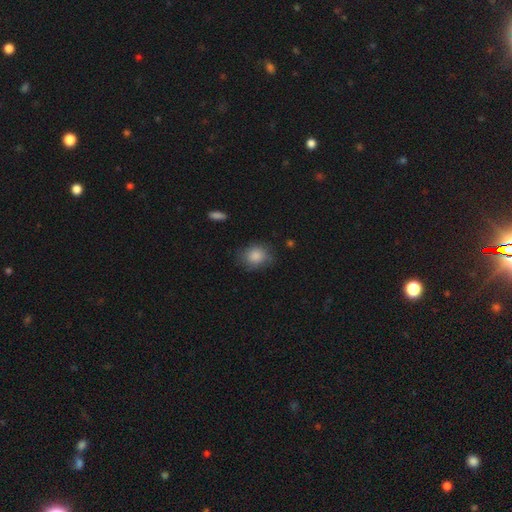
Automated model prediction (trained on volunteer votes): The model was most divided on "how rounded": round: 64%, in between: 35%, cigar-shaped: 1%. More confident: smooth or featured — smooth (86%); merging — none (76%).